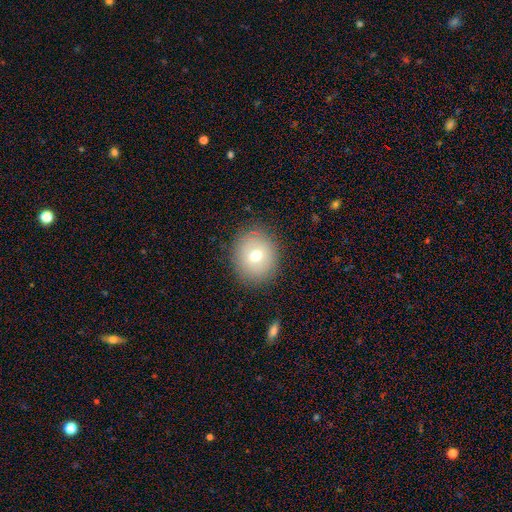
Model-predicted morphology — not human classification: A smooth galaxy with no disk features (69%) that is round (76%). Merging: none (85%).